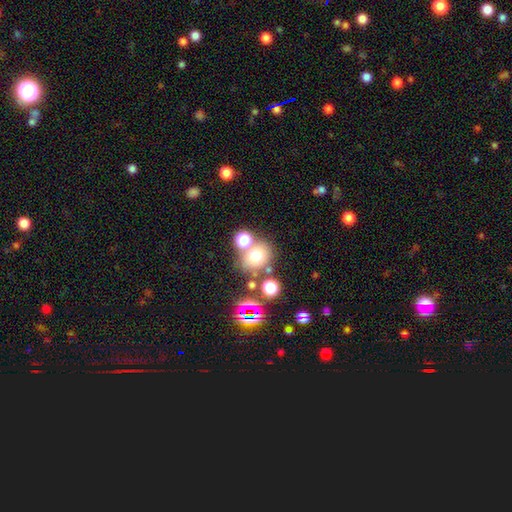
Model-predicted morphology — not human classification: Smooth or featured?
  - smooth: 64% *
  - star or artifact: 22%
  - featured or disk: 14%
How rounded?
  - round: 72% *
  - in between: 27%
  - cigar-shaped: 1%
Merging?
  - none: 61% *
  - merger: 24%
  - minor disturbance: 10%
  - major disturbance: 5%